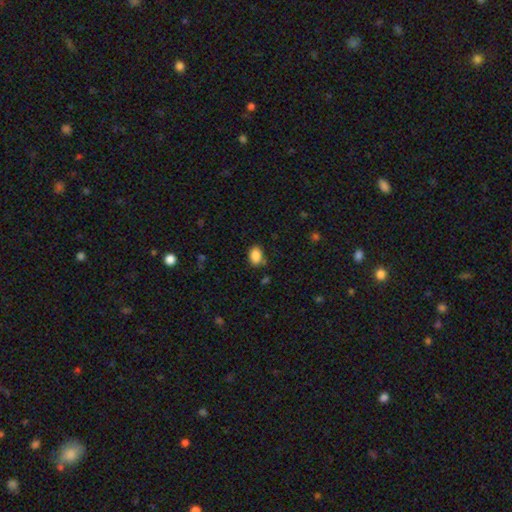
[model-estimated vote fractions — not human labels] smooth-or-featured: smooth: 87% | star or artifact: 9% | featured or disk: 4%
  how-rounded: in between: 79% | round: 20% | cigar-shaped: 1%
  merging: none: 78% | minor disturbance: 14% | merger: 5% | major disturbance: 4%